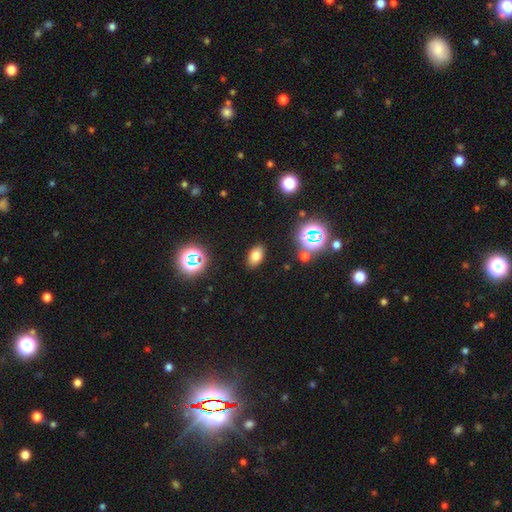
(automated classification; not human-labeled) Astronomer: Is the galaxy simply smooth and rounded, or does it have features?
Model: smooth — 74%.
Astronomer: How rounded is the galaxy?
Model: in between — 88%.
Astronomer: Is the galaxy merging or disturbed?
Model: none — 87%.